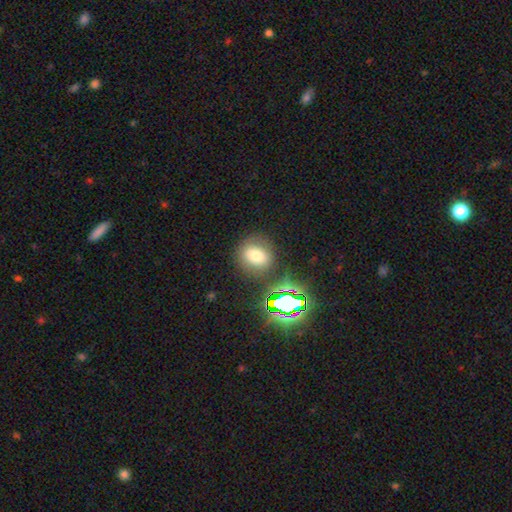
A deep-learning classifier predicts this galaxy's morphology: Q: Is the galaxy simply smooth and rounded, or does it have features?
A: smooth — 68%.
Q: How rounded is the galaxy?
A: round — 72%.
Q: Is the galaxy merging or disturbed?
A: none — 80%.